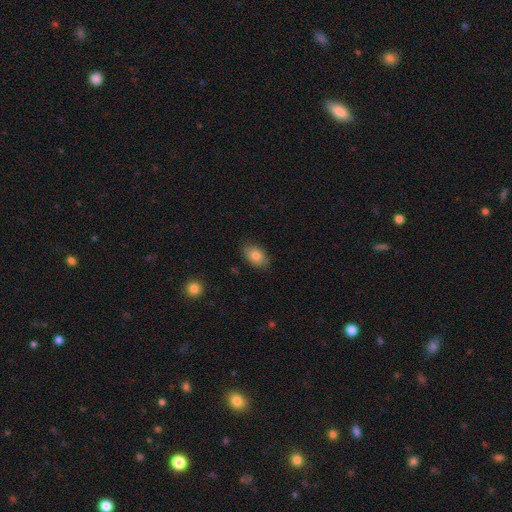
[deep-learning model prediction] smooth-or-featured: smooth: 81% | featured or disk: 11% | star or artifact: 8%
  how-rounded: in between: 88% | round: 11% | cigar-shaped: 2%
  merging: none: 84% | minor disturbance: 12% | major disturbance: 2% | merger: 1%